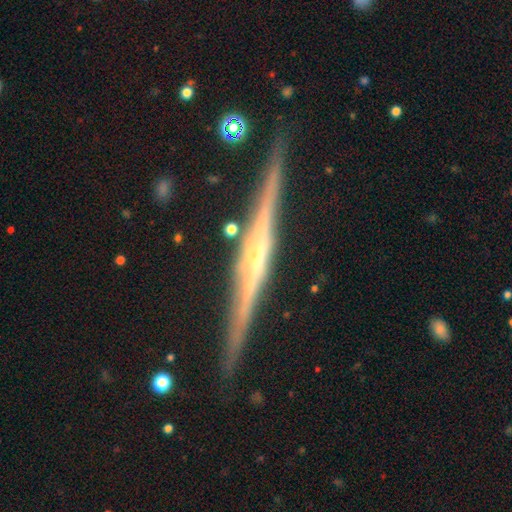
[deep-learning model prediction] featured or disk 88%, smooth 7%, star or artifact 6%. Down the decision tree: edge-on disk — yes (98%); edge-on bulge — rounded (65%); merging — none (90%).